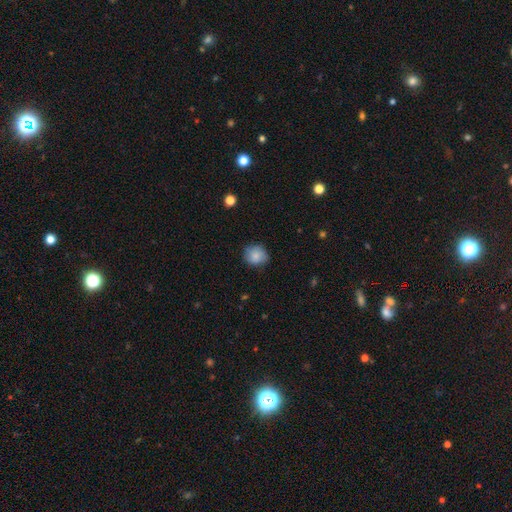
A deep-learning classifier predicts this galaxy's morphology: smooth_or_featured: smooth (p=0.82) [alt: featured or disk p=0.10]
how_rounded: round (p=0.83) [alt: in between p=0.16]
merging: none (p=0.75) [alt: minor disturbance p=0.20]